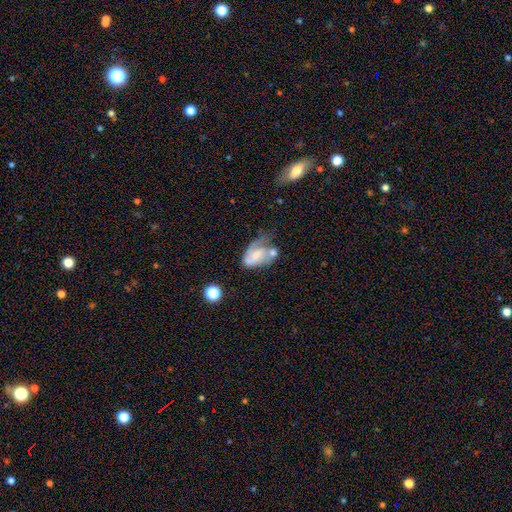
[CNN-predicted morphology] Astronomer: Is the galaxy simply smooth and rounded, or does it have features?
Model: featured or disk — 52% (runner-up: smooth, 39%).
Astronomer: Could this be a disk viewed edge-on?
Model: no — 96%.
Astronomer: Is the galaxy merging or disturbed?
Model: major disturbance — 29% (runner-up: merger, 27%).